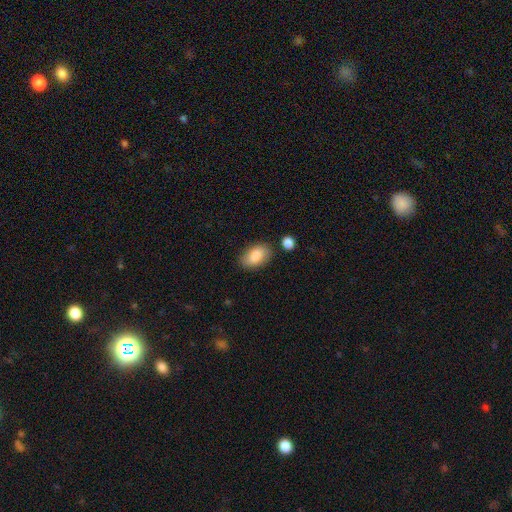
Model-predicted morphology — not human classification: smooth 85%, featured or disk 9%, star or artifact 7%. Down the decision tree: how rounded — in between (92%); merging — none (79%).